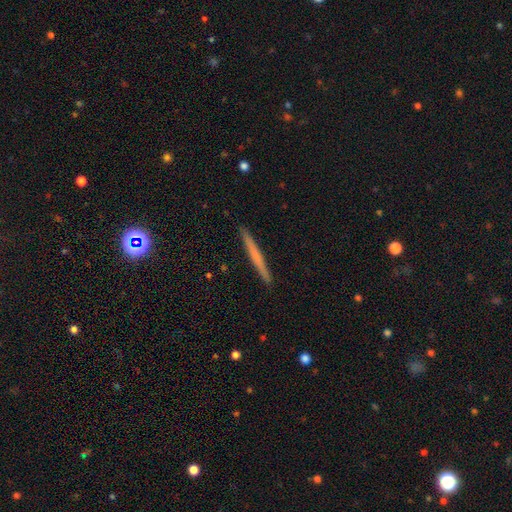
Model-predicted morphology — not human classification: Smooth or featured: smooth — 55% (featured or disk — 38%)
How rounded: cigar-shaped — 97% (in between — 2%)
Merging: none — 93% (minor disturbance — 5%)